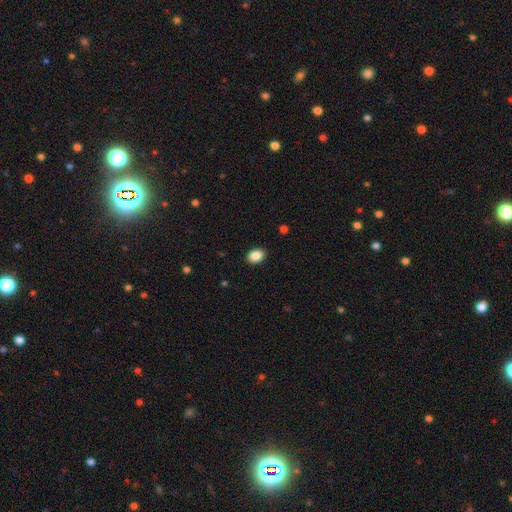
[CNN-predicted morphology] This appears to be a smooth galaxy with no disk features (87%) that is in between round and cigar-shaped (71%). Merging: none (90%).